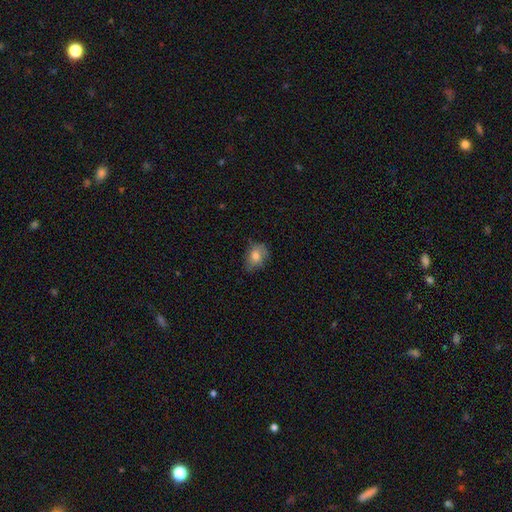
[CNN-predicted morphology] This is likely a smooth galaxy (77%). How rounded: likely in between (70%). Merging: likely none (66%).